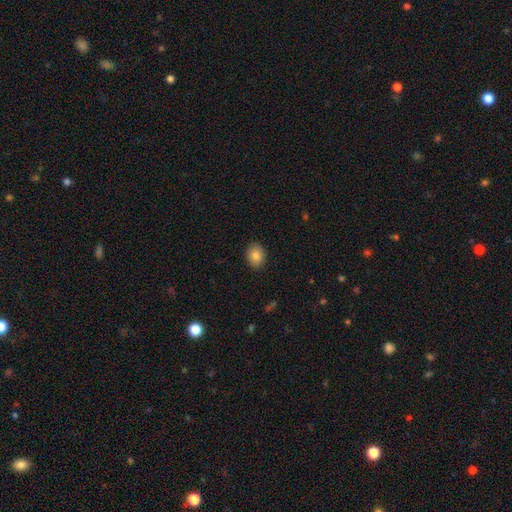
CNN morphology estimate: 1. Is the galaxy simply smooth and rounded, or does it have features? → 84% smooth, 8% star or artifact, 8% featured or disk.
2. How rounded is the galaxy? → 60% in between, 39% round, 1% cigar-shaped.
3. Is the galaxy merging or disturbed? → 89% none, 9% minor disturbance, 2% major disturbance, 1% merger.